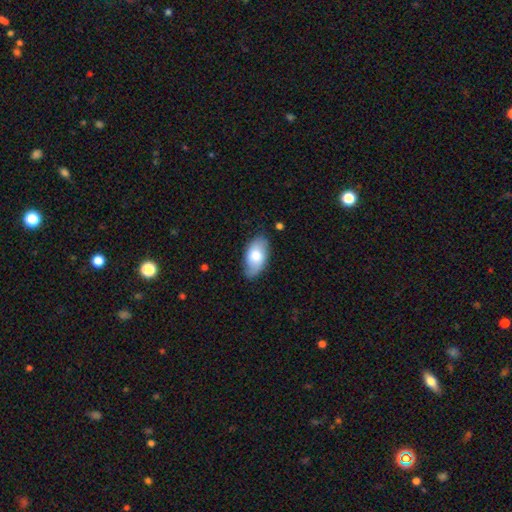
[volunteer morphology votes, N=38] Volunteers were most divided on "smooth or featured": smooth: 68%, featured or disk: 26%, star or artifact: 5%. More confident: how rounded — in between (96%); merging — none (78%).